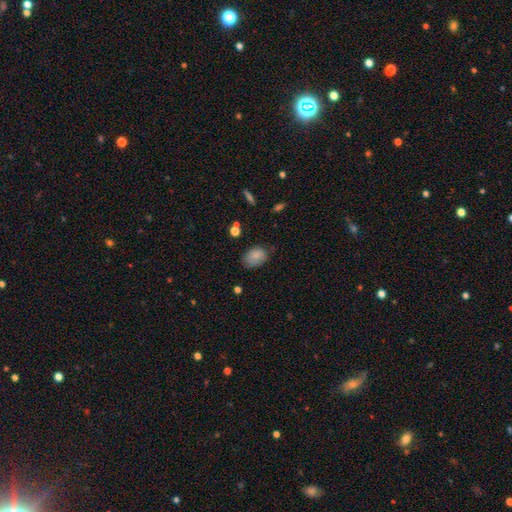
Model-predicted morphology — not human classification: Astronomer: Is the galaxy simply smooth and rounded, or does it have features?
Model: smooth — 83%.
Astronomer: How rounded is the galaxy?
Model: in between — 81%.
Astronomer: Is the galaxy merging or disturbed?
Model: none — 69%.